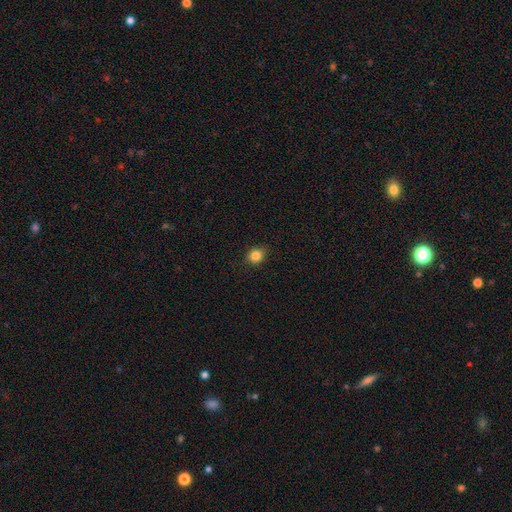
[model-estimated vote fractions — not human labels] This appears to be a smooth galaxy with no disk features (85%) that is round (75%). Merging: none (87%).